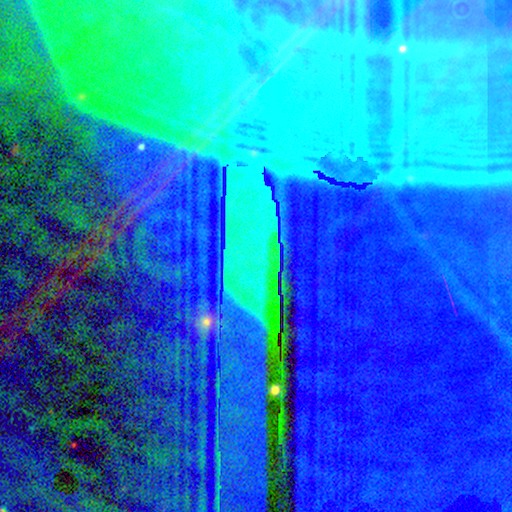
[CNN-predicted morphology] This is clearly a star or artifact rather than a galaxy (87%).